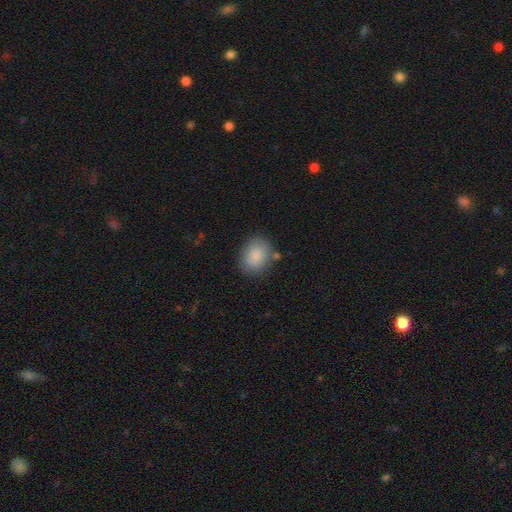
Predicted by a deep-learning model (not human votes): Smooth or featured?
  - smooth: 87% *
  - star or artifact: 7%
  - featured or disk: 6%
How rounded?
  - in between: 52% *
  - round: 47%
  - cigar-shaped: 1%
Merging?
  - none: 78% *
  - minor disturbance: 14%
  - major disturbance: 4%
  - merger: 4%